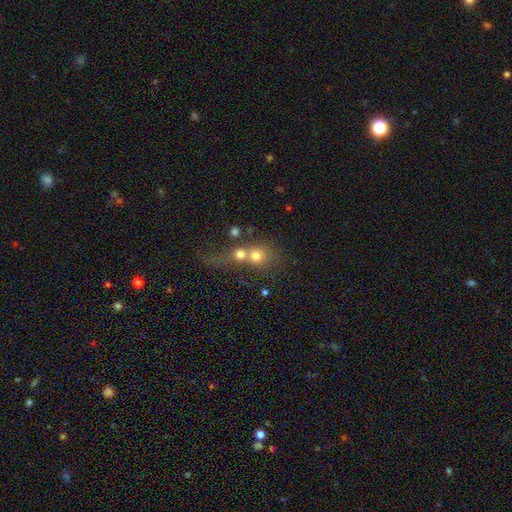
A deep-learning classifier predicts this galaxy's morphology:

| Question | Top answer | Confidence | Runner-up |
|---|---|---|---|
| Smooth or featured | smooth | 67% | featured or disk (19%) |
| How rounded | round | 75% | in between (22%) |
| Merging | merger | 67% | none (21%) |